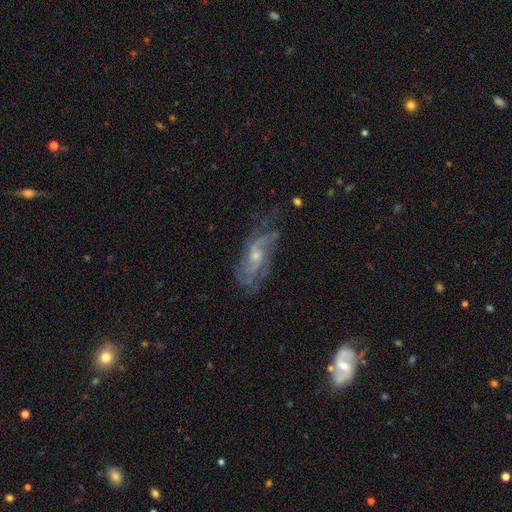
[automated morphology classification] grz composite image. It shows a featured or disk galaxy (76%) with no bar (57%), 2 (38%) medium (41%) spiral arms (88%) and a small central bulge (50%). Merging: none (60%).